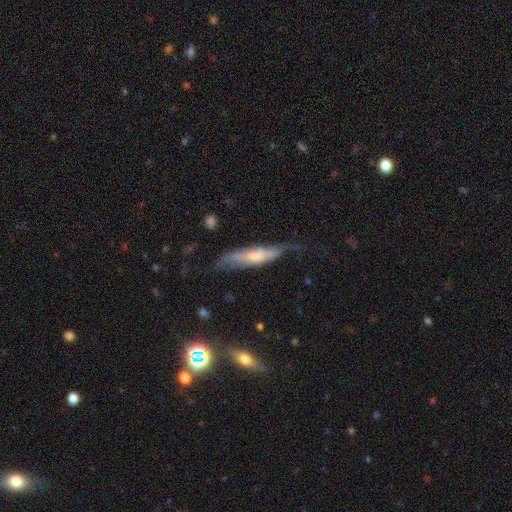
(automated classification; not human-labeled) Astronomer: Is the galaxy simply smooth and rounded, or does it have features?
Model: featured or disk — 50% (runner-up: smooth, 43%).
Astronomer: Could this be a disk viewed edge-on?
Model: yes — 68%.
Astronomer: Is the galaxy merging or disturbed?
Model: none — 51% (runner-up: minor disturbance, 30%).